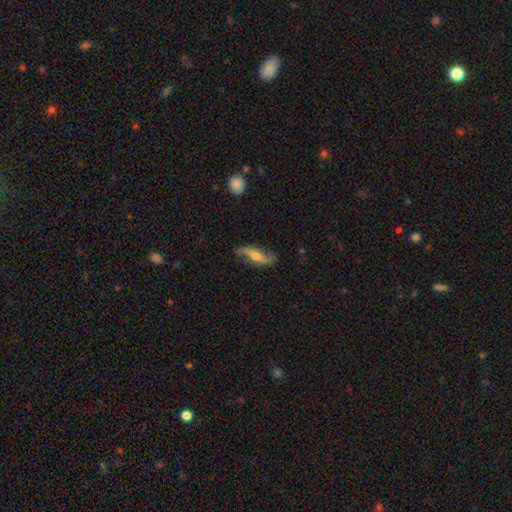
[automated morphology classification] A featured or disk galaxy (78%) with no bar (39%), 2 (92%) loose (85%) spiral arms (93%) and a moderate central bulge (56%). Merging: none (76%).